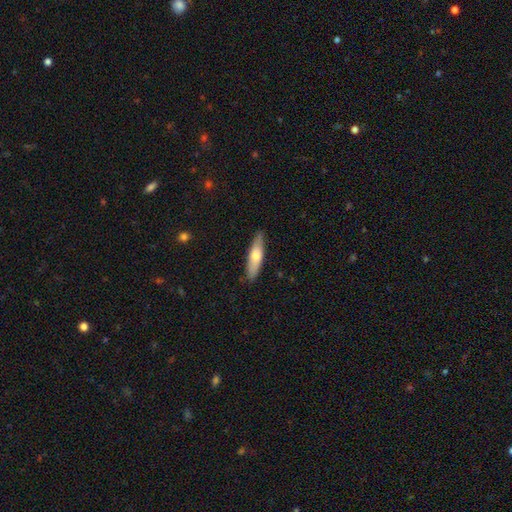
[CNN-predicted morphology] smooth 63%, featured or disk 32%, star or artifact 5%. Down the decision tree: how rounded — cigar-shaped (69%); merging — none (86%).